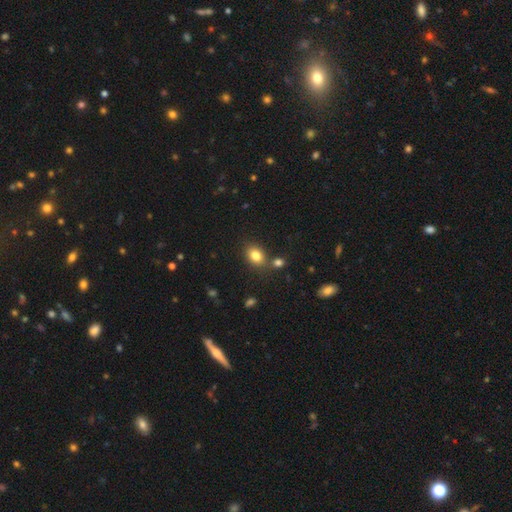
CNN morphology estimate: smooth 82%, star or artifact 11%, featured or disk 7%. Down the decision tree: how rounded — in between (62%); merging — none (72%).